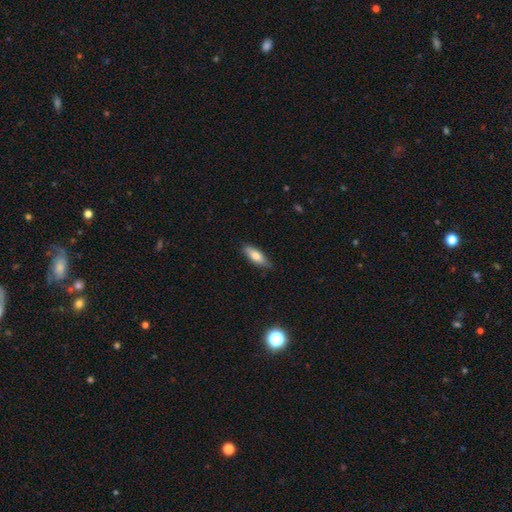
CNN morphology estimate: Smooth or featured? smooth (74%)
How rounded? in between (58%)
Merging? none (79%)